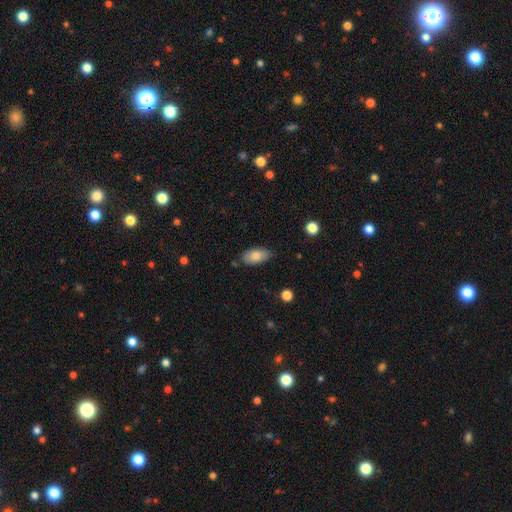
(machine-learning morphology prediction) smooth 80%, featured or disk 13%, star or artifact 7%. Down the decision tree: how rounded — in between (92%); merging — none (77%).